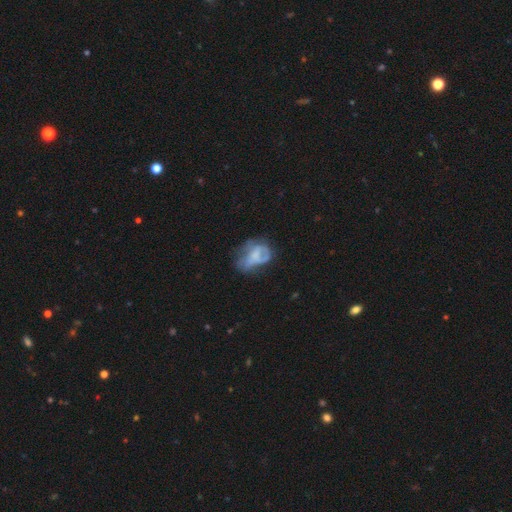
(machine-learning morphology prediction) A featured or disk galaxy (45%). Merging: major disturbance (40%).